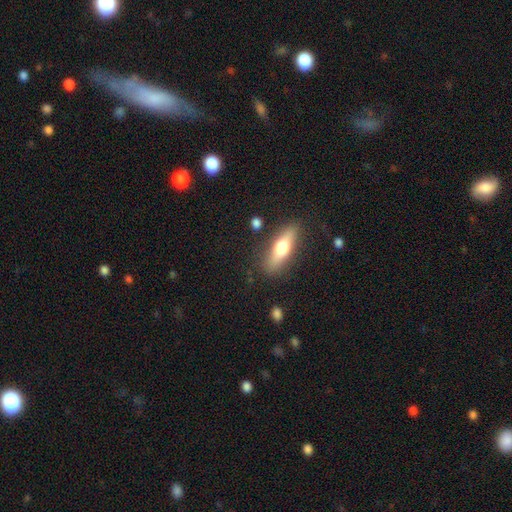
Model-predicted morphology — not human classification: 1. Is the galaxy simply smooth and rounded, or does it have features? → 50% smooth, 39% featured or disk, 11% star or artifact.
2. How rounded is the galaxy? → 55% in between, 41% cigar-shaped, 4% round.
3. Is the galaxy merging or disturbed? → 82% none, 12% minor disturbance, 3% major disturbance, 2% merger.